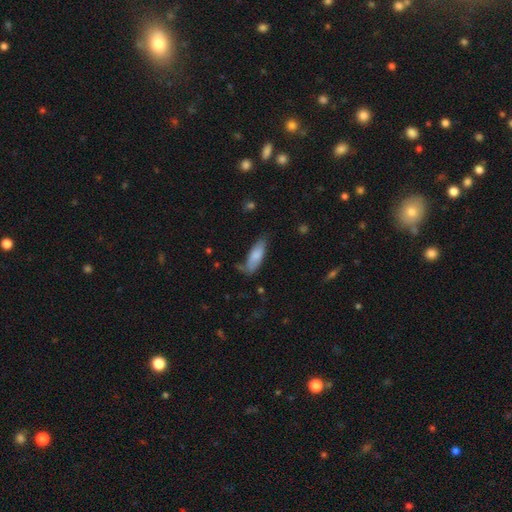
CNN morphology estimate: smooth-or-featured: smooth: 78% | featured or disk: 16% | star or artifact: 6%
  how-rounded: in between: 64% | cigar-shaped: 34% | round: 2%
  merging: none: 56% | minor disturbance: 31% | major disturbance: 10% | merger: 4%